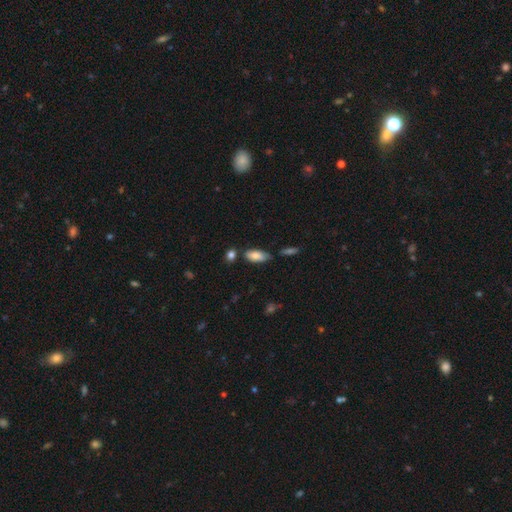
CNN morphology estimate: This appears to be a smooth galaxy with no disk features (81%) that is in between round and cigar-shaped (86%). Merging: none (60%).